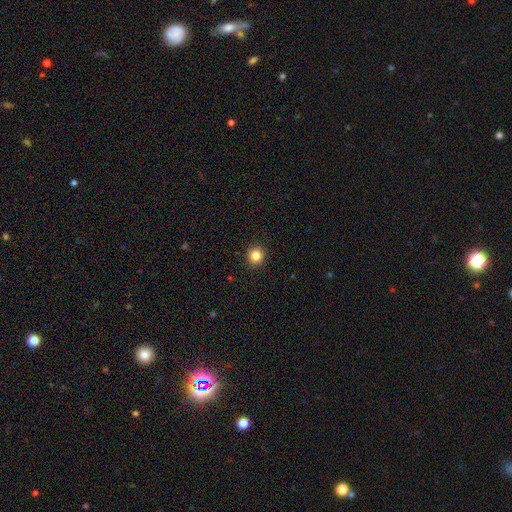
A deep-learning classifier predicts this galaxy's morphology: Smooth or featured?
  - smooth: 84% *
  - star or artifact: 11%
  - featured or disk: 4%
How rounded?
  - round: 94% *
  - in between: 5%
  - cigar-shaped: 1%
Merging?
  - none: 92% *
  - minor disturbance: 5%
  - major disturbance: 2%
  - merger: 1%